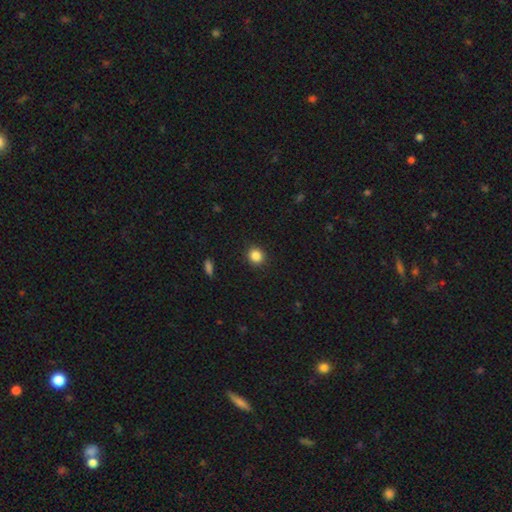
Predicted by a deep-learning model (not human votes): smooth-or-featured: smooth: 85% | star or artifact: 11% | featured or disk: 4%
  how-rounded: round: 89% | in between: 10% | cigar-shaped: 1%
  merging: none: 91% | minor disturbance: 6% | major disturbance: 2% | merger: 1%